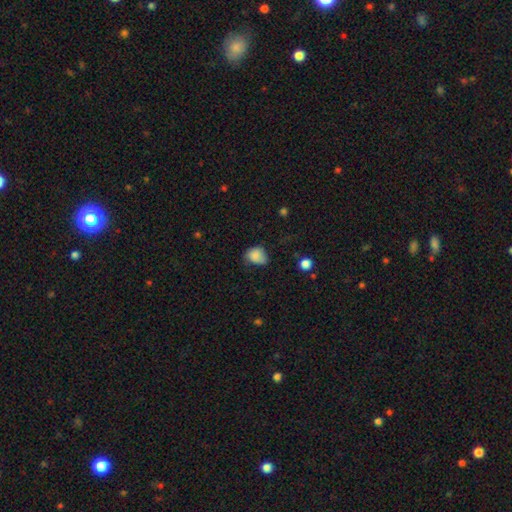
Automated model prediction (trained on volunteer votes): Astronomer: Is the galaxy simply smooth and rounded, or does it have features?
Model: smooth — 82%.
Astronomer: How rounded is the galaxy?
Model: in between — 60% (runner-up: round, 39%).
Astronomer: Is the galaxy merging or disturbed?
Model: minor disturbance — 42%, tied with none at 42%.